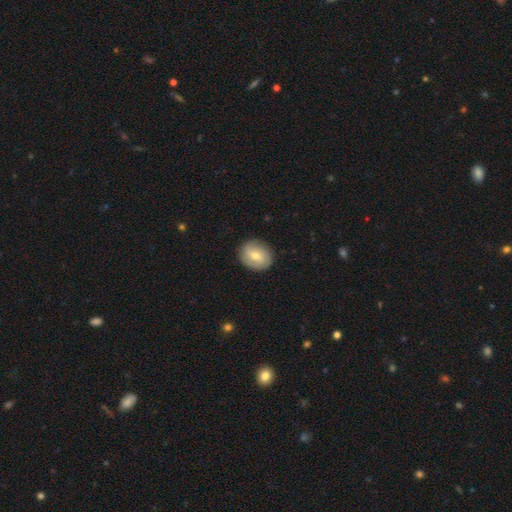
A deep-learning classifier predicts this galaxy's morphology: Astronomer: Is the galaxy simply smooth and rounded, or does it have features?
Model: smooth — 56% (runner-up: featured or disk, 37%).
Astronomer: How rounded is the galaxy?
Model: round — 66%.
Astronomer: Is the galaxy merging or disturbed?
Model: none — 86%.